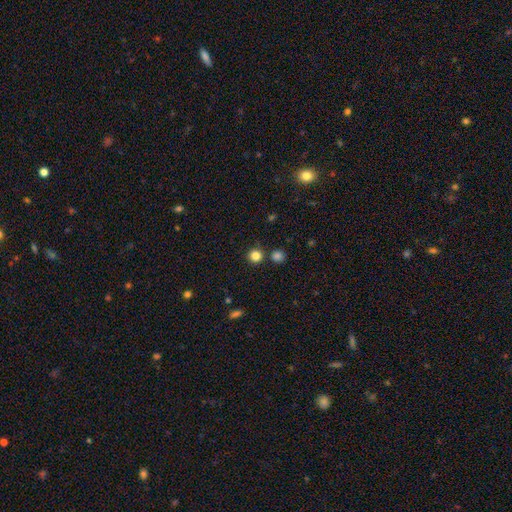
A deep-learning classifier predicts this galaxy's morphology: This appears to be a smooth galaxy with no disk features (83%) that is round (94%). Merging: none (84%).